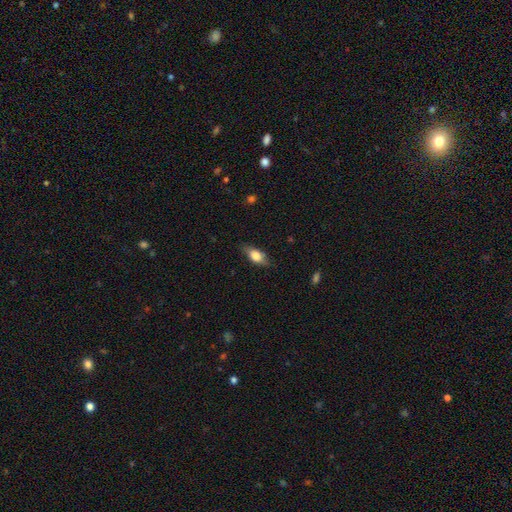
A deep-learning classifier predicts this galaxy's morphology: Smooth or featured? Predicted: smooth (p=0.70). How rounded? Predicted: in between (p=0.78). Merging? Predicted: none (p=0.79).